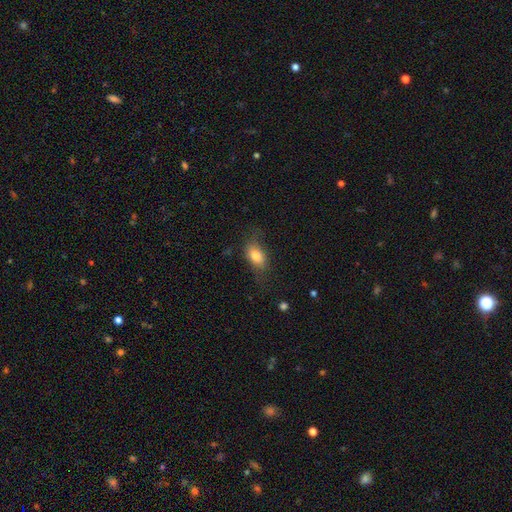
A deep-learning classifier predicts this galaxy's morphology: Smooth or featured: smooth — 79% (featured or disk — 13%)
How rounded: in between — 84% (round — 11%)
Merging: none — 62% (minor disturbance — 24%)